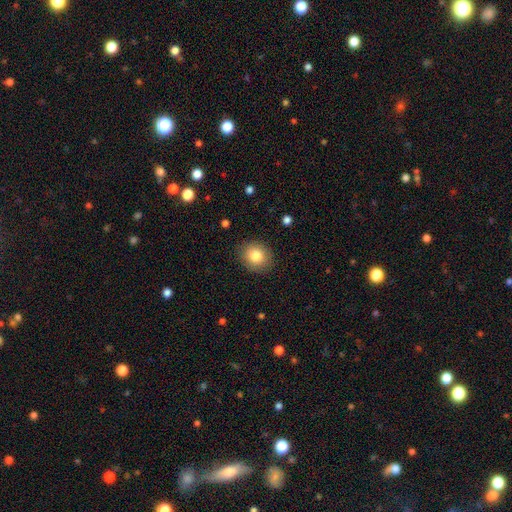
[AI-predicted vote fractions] smooth-or-featured: smooth: 83% | star or artifact: 9% | featured or disk: 8%
  how-rounded: round: 73% | in between: 26% | cigar-shaped: 1%
  merging: none: 88% | minor disturbance: 8% | major disturbance: 2% | merger: 1%